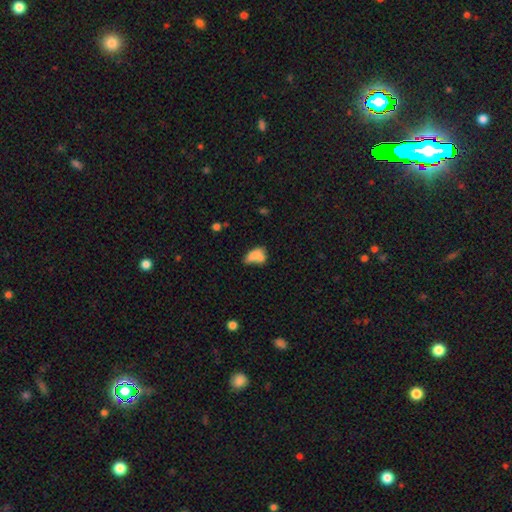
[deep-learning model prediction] This is likely a smooth galaxy (72%). How rounded: clearly in between (83%). Merging: possibly merger (49%).